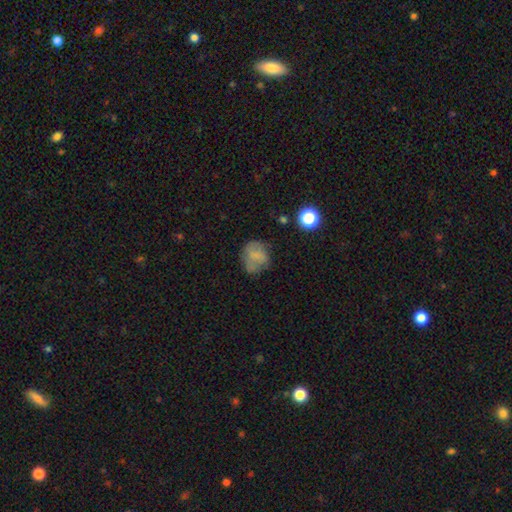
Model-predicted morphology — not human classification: Q: Smooth or featured?
A: smooth (67%); runner-up: featured or disk (21%)
Q: How rounded?
A: round (69%); runner-up: in between (30%)
Q: Merging?
A: none (59%); runner-up: minor disturbance (25%)